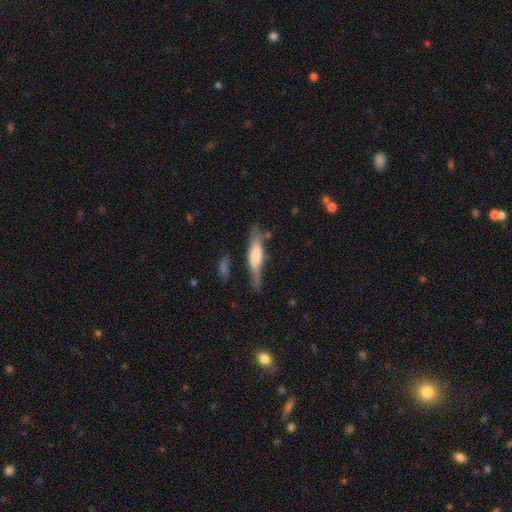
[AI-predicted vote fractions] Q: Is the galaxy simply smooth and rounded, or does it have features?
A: smooth — 57%.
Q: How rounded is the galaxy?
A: cigar-shaped — 77%.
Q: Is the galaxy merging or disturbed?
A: none — 59%.